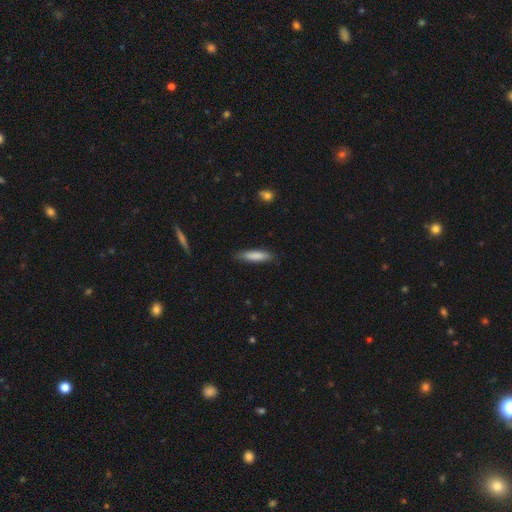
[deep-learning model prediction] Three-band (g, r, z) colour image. It shows a smooth galaxy with no disk features (83%) that is cigar-shaped (78%). Merging: none (84%).